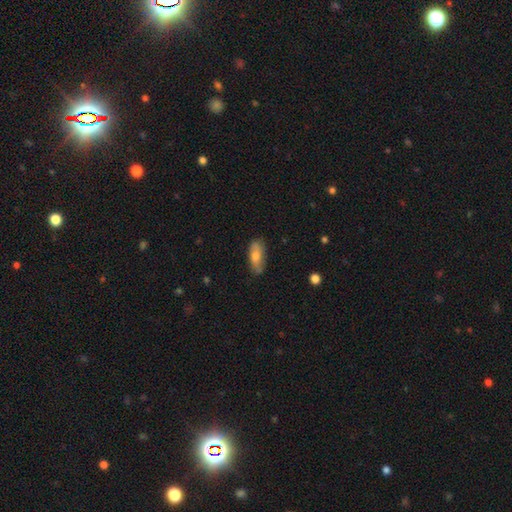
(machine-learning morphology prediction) smooth-or-featured: smooth: 67% | featured or disk: 27% | star or artifact: 6%
  how-rounded: in between: 78% | cigar-shaped: 19% | round: 3%
  merging: none: 73% | minor disturbance: 21% | major disturbance: 4% | merger: 2%